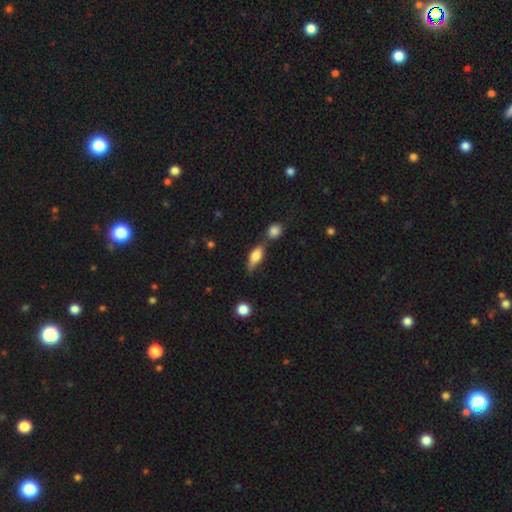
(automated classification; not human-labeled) Overall: smooth (68%). How rounded: in between (69%). Merging: none (52%; merger 24%).